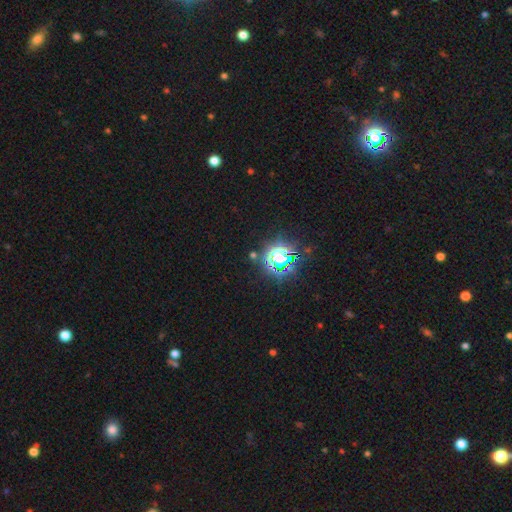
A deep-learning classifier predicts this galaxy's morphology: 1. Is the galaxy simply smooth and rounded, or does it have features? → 76% star or artifact, 16% smooth, 8% featured or disk.